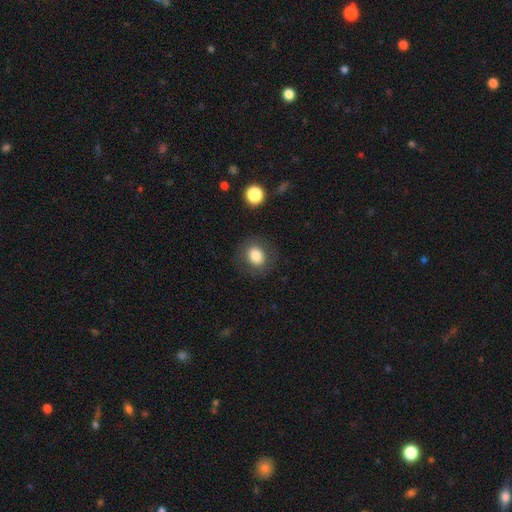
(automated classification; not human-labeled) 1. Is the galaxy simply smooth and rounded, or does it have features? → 81% smooth, 10% star or artifact, 10% featured or disk.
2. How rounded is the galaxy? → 65% round, 34% in between, 1% cigar-shaped.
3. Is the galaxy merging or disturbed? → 83% none, 10% minor disturbance, 5% major disturbance, 1% merger.